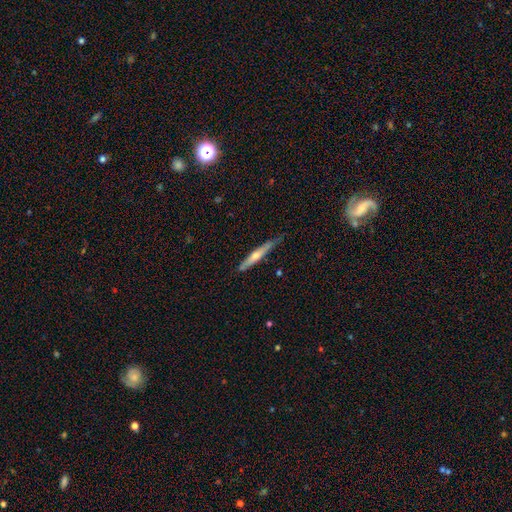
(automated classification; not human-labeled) The model was most divided on "smooth or featured": featured or disk: 52%, smooth: 42%, star or artifact: 6%. More confident: edge-on disk — yes (94%); merging — none (73%).